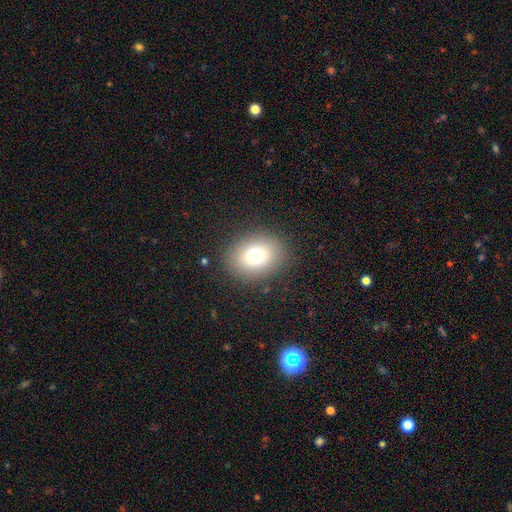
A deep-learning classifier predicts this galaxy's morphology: type=smooth (75%); roundness=round (56%); merging=none (86%).